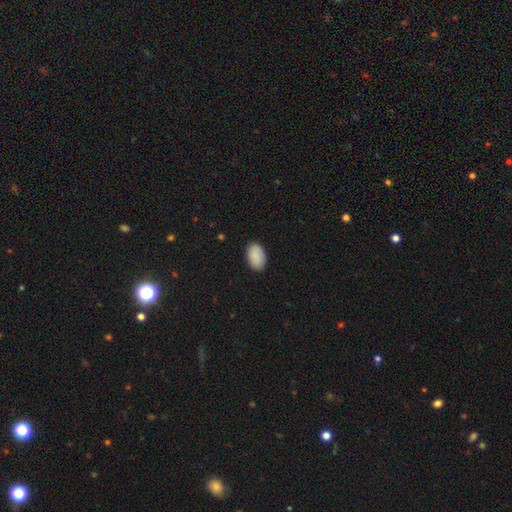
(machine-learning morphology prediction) smooth 90%, star or artifact 6%, featured or disk 4%. Down the decision tree: how rounded — in between (93%); merging — none (88%).